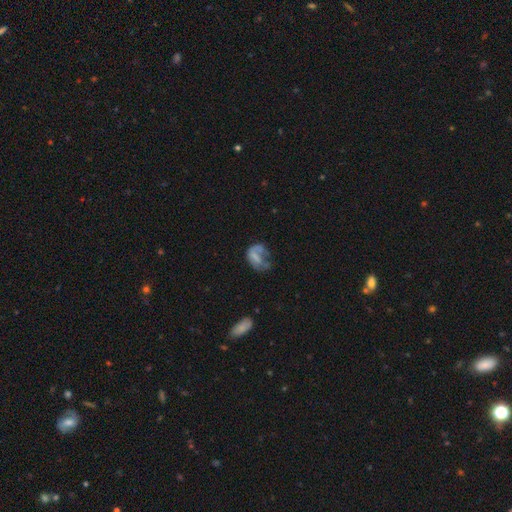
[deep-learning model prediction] Smooth or featured: smooth — 48% (featured or disk — 41%)
Merging: major disturbance — 43% (none — 28%)